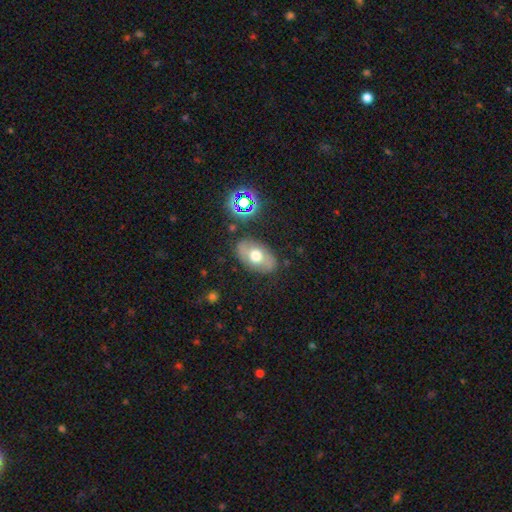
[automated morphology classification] Smooth or featured? smooth (55%)
How rounded? in between (86%)
Merging? none (80%)